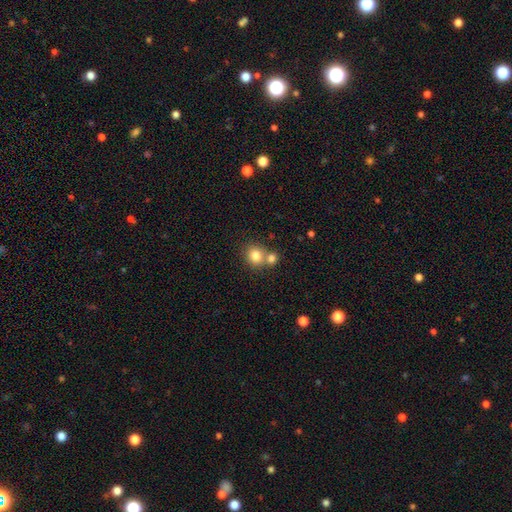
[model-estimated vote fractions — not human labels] Smooth or featured: smooth — 80% (star or artifact — 11%)
How rounded: round — 80% (in between — 19%)
Merging: none — 52% (merger — 38%)